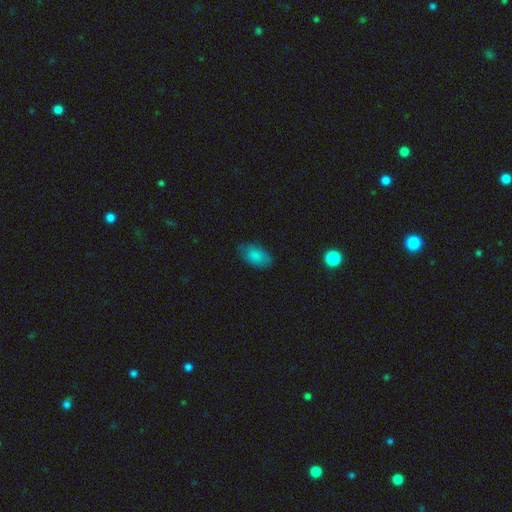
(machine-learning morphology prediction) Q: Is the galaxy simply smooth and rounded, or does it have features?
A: smooth — 83%.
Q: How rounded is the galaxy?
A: in between — 92%.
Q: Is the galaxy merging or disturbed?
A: none — 73%.